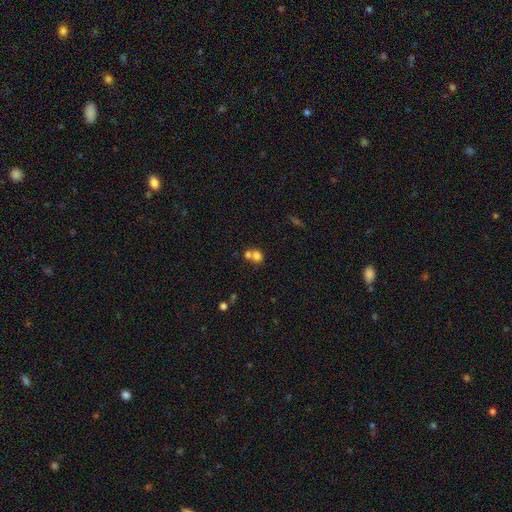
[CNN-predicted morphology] This is likely a smooth galaxy (74%). How rounded: likely round (72%). Merging: possibly merger (54%).